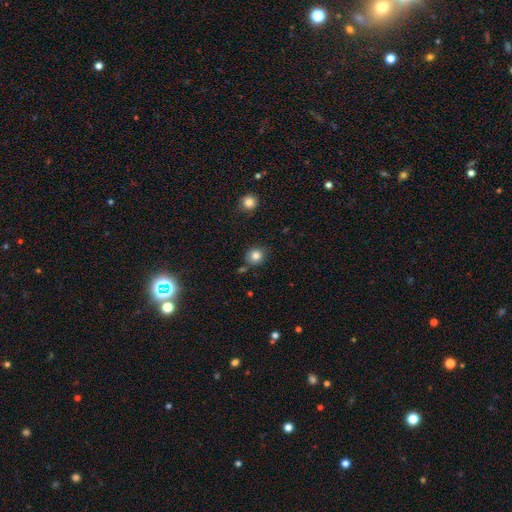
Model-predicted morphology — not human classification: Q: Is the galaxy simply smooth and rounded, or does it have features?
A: smooth — 83%.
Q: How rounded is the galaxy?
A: round — 86%.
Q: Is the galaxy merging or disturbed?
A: none — 81%.